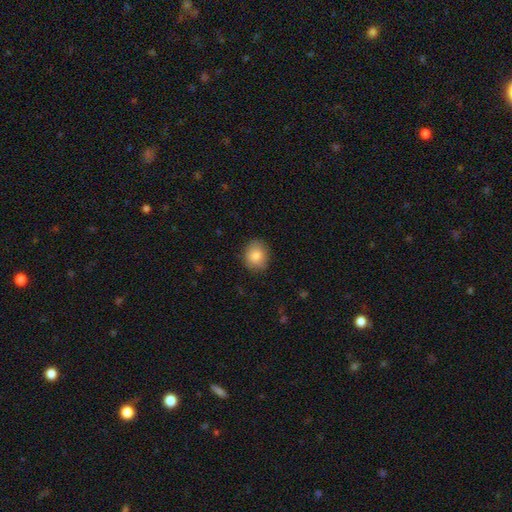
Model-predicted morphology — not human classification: This appears to be a smooth galaxy with no disk features (86%) that is round (66%). Merging: none (83%).